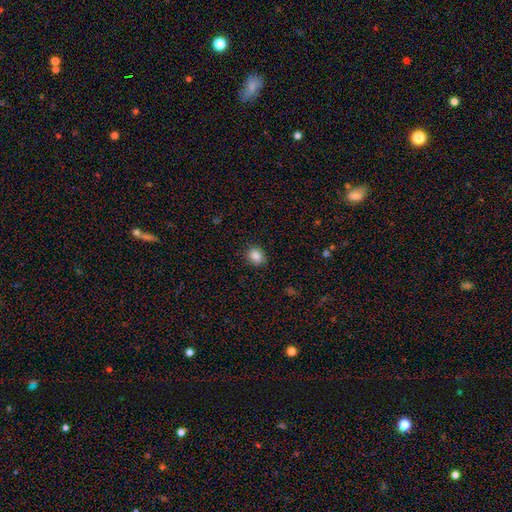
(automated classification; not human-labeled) This is clearly a smooth galaxy (86%). How rounded: likely round (62%). Merging: clearly none (86%).